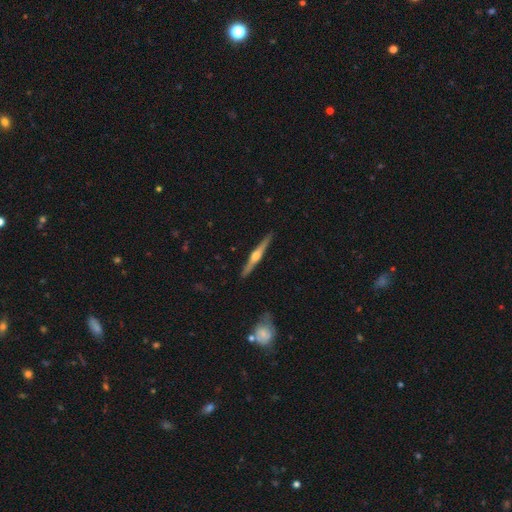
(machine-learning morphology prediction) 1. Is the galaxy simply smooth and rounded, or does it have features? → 76% featured or disk, 19% smooth, 5% star or artifact.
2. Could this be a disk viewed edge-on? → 98% yes, 2% no.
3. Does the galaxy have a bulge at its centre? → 93% rounded, 4% boxy, 3% none.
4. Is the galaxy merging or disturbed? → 91% none, 6% minor disturbance, 1% major disturbance, 1% merger.